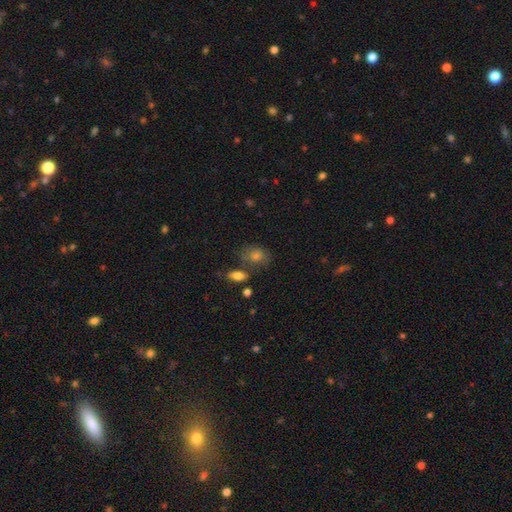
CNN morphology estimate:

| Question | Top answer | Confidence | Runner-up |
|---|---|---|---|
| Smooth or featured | smooth | 68% | featured or disk (17%) |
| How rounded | in between | 65% | round (33%) |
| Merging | none | 59% | minor disturbance (18%) |